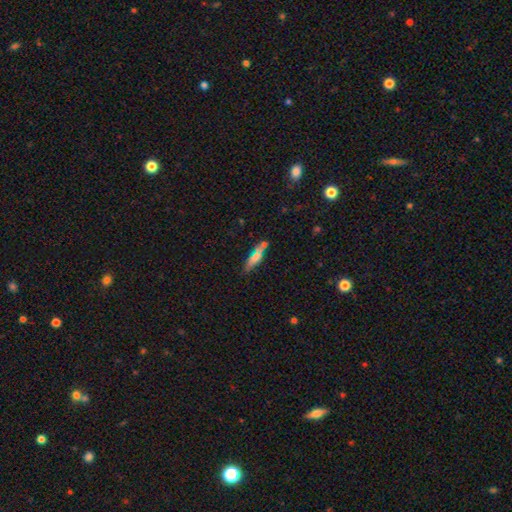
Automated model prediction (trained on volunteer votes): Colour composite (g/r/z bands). It shows a smooth galaxy with no disk features (59%) that is cigar-shaped (68%). Merging: none (74%).